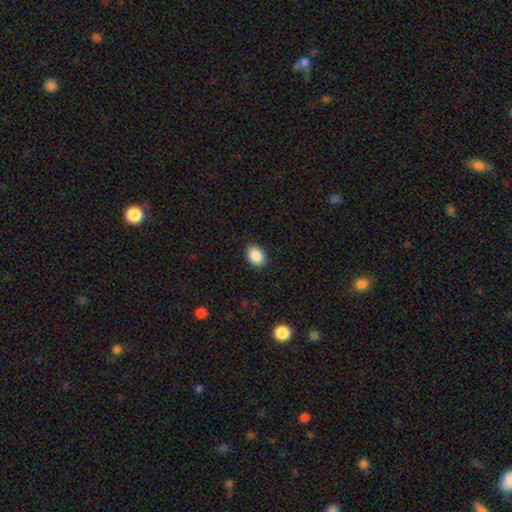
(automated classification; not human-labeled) smooth-or-featured: smooth: 89% | star or artifact: 8% | featured or disk: 3%
  how-rounded: in between: 72% | round: 27% | cigar-shaped: 1%
  merging: none: 88% | minor disturbance: 8% | major disturbance: 2% | merger: 1%